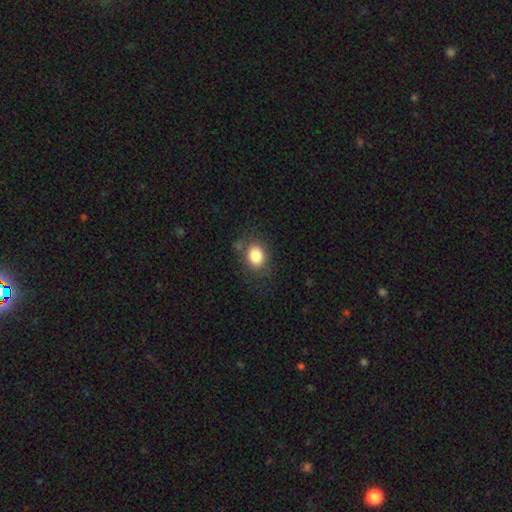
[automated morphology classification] smooth_or_featured: smooth (p=0.83) [alt: star or artifact p=0.10]
how_rounded: in between (p=0.50) [alt: round p=0.49]
merging: none (p=0.76) [alt: minor disturbance p=0.15]